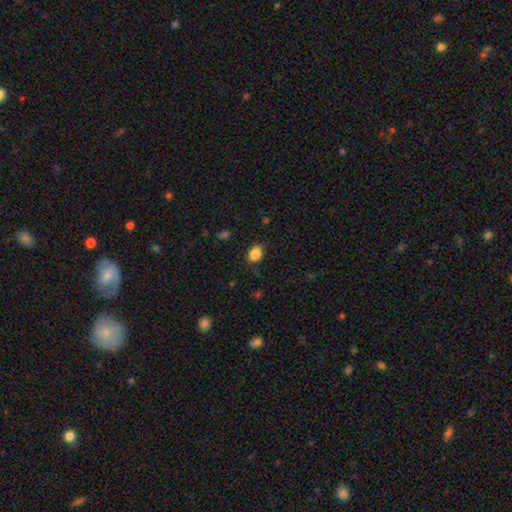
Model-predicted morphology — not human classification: Smooth or featured? smooth (87%)
How rounded? in between (65%)
Merging? none (83%)